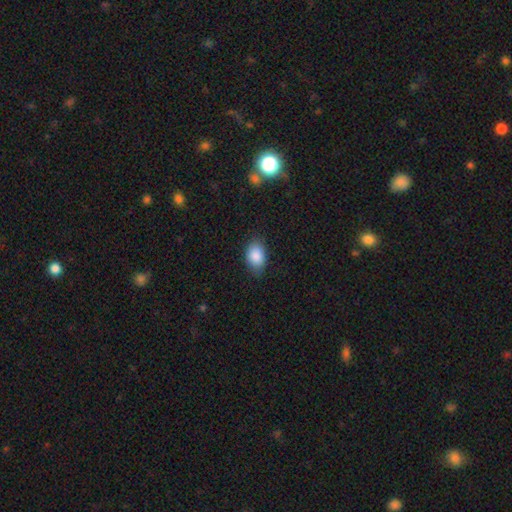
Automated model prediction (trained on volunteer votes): smooth 87%, star or artifact 7%, featured or disk 5%. Down the decision tree: how rounded — in between (86%); merging — none (76%).